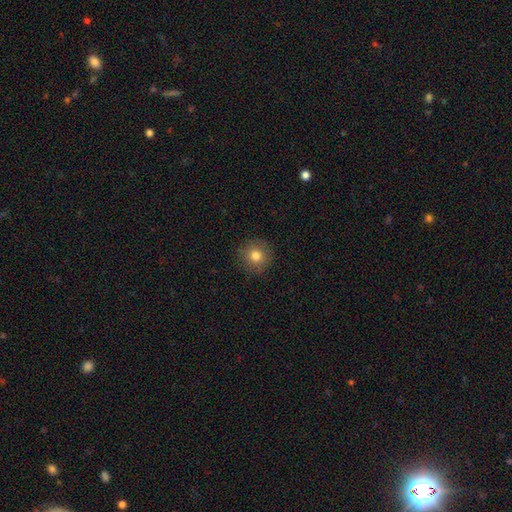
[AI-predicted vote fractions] Smooth or featured? smooth (79%)
How rounded? round (94%)
Merging? none (89%)